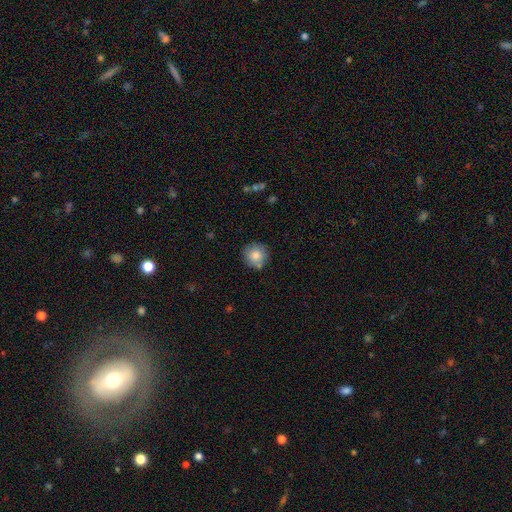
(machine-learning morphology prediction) type=smooth (82%); roundness=round (92%); merging=none (78%).